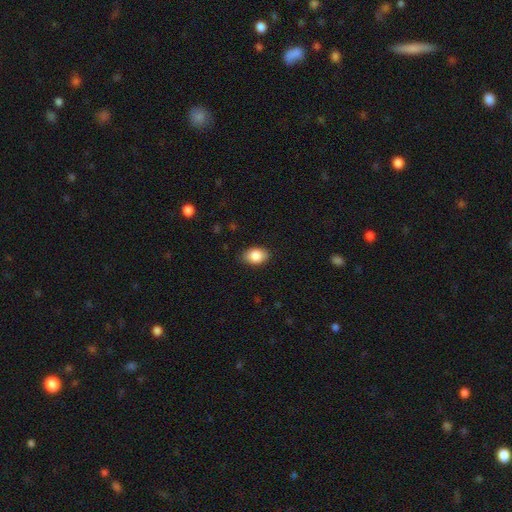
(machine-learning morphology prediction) smooth-or-featured: smooth: 87% | star or artifact: 7% | featured or disk: 6%
  how-rounded: in between: 83% | round: 15% | cigar-shaped: 1%
  merging: none: 85% | minor disturbance: 12% | major disturbance: 2% | merger: 1%